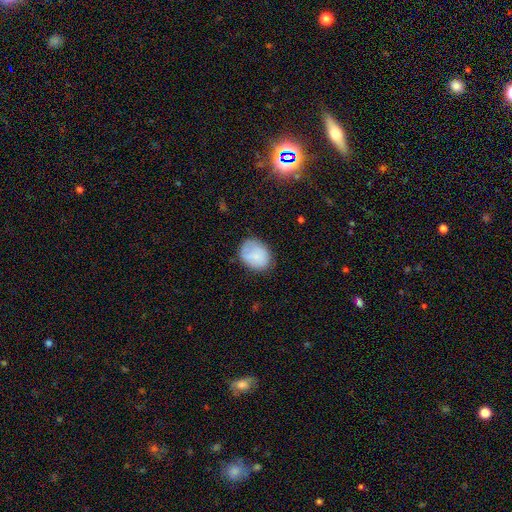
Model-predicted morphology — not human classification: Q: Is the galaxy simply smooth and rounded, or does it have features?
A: smooth — 79%.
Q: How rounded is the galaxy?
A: in between — 54%.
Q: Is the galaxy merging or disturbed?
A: none — 70%.